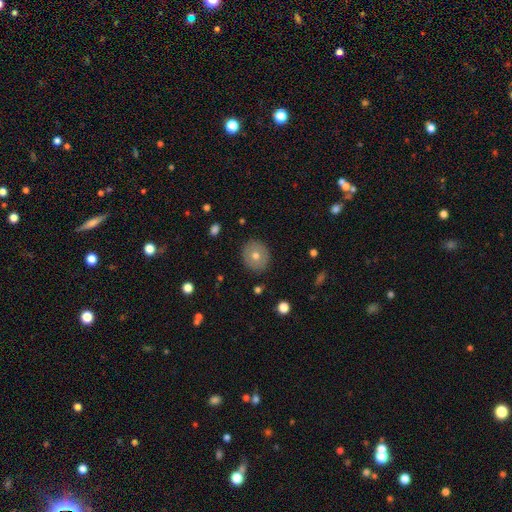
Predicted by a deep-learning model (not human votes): Overall: smooth (66%). How rounded: round (81%). Merging: none (89%).